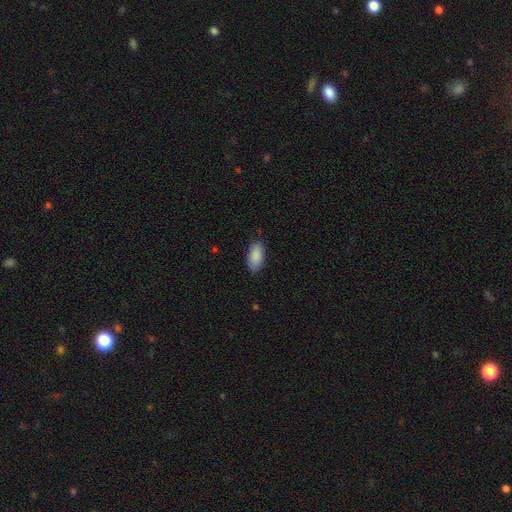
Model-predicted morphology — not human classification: smooth_or_featured: smooth (p=0.89) [alt: star or artifact p=0.06]
how_rounded: in between (p=0.93) [alt: cigar-shaped p=0.05]
merging: none (p=0.84) [alt: minor disturbance p=0.13]